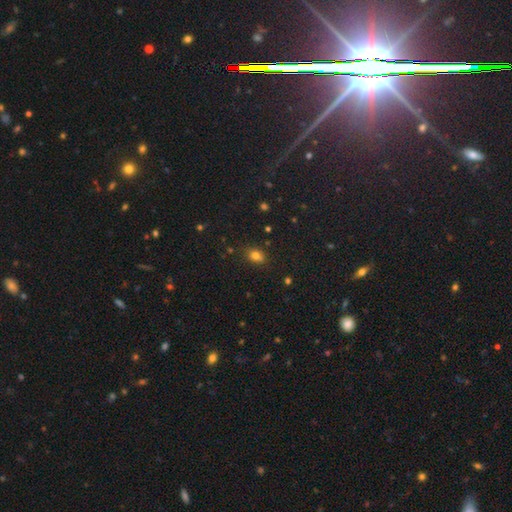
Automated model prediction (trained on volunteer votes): A smooth galaxy with no disk features (77%) that is in between round and cigar-shaped (63%). Merging: none (78%).